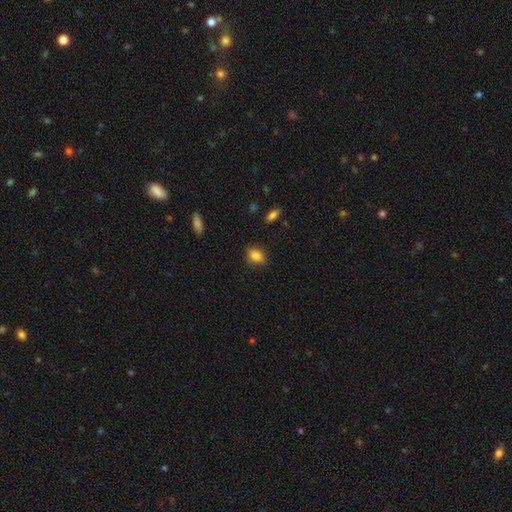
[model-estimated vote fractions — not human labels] Smooth or featured? smooth (84%)
How rounded? in between (69%)
Merging? none (82%)